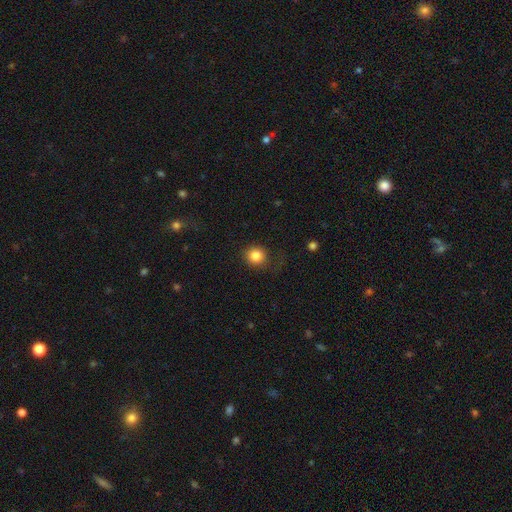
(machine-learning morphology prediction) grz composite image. It shows a smooth galaxy with no disk features (84%) that is round (88%). Merging: none (80%).